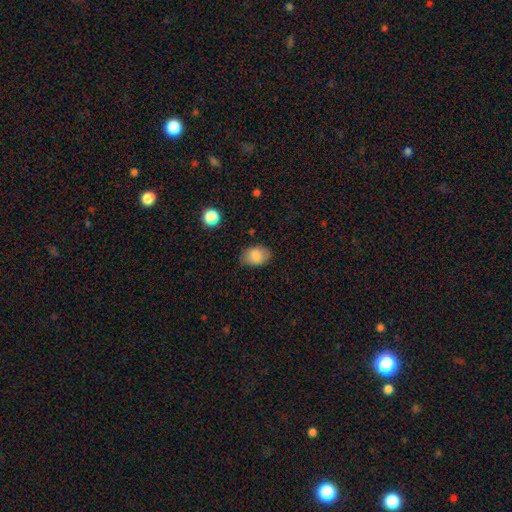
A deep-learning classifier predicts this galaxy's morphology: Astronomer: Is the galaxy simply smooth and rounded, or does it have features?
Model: smooth — 84%.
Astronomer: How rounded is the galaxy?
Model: in between — 83%.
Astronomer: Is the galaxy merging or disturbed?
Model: none — 79%.